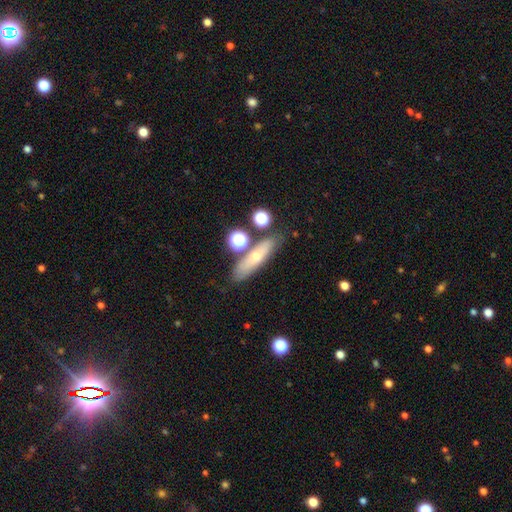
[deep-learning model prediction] Smooth or featured?
  - smooth: 53% *
  - featured or disk: 36%
  - star or artifact: 11%
How rounded?
  - cigar-shaped: 65% *
  - in between: 29%
  - round: 6%
Merging?
  - none: 73% *
  - minor disturbance: 13%
  - merger: 10%
  - major disturbance: 4%